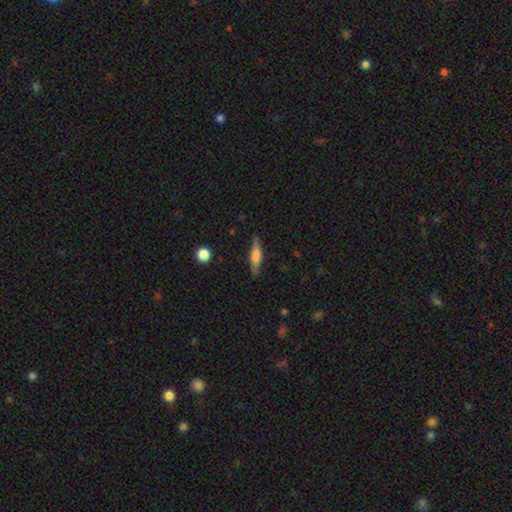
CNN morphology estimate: Smooth or featured? featured or disk (52%)
Edge-on disk? yes (95%)
Merging? none (85%)